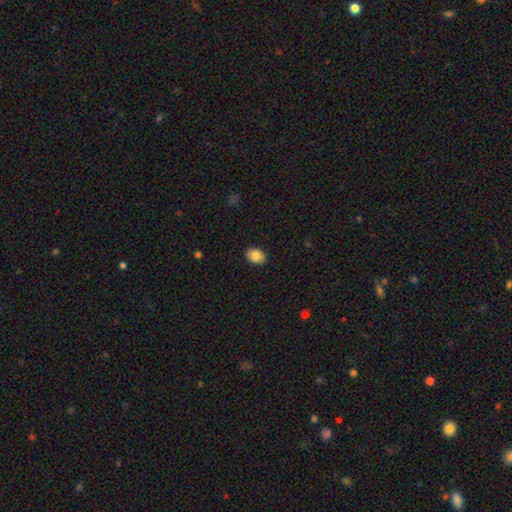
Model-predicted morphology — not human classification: This is clearly a smooth galaxy (84%). How rounded: likely in between (78%). Merging: clearly none (90%).